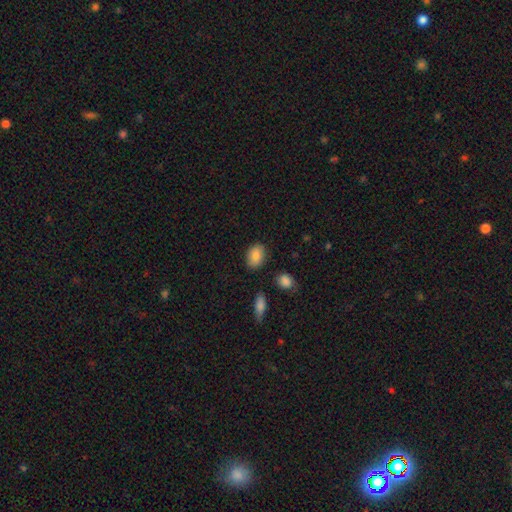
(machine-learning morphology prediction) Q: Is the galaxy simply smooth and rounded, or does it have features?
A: smooth — 85%.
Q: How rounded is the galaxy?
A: in between — 74%.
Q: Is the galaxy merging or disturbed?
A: none — 84%.